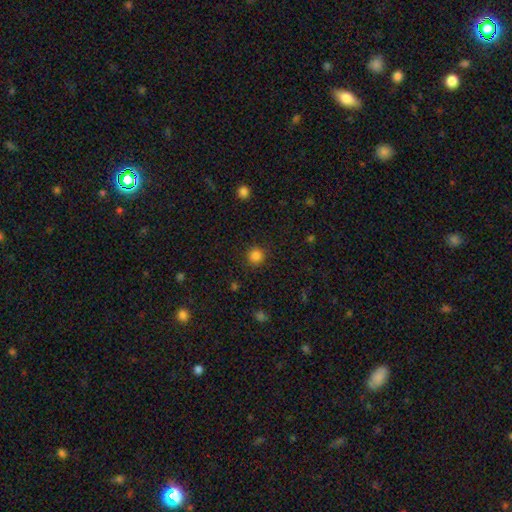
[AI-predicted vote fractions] The model was most divided on "smooth or featured": smooth: 84%, star or artifact: 12%, featured or disk: 4%. More confident: how rounded — round (94%); merging — none (90%).